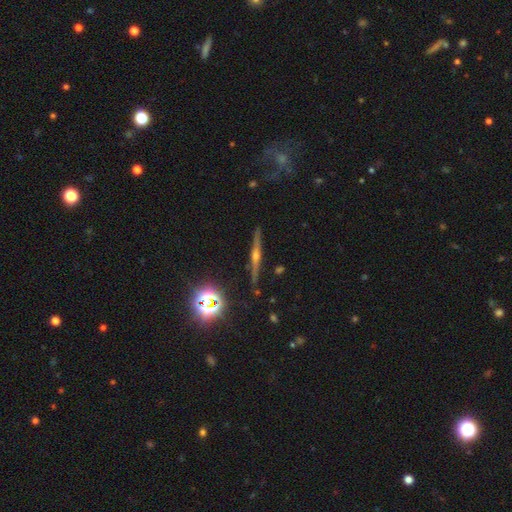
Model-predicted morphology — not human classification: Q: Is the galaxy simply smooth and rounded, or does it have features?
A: featured or disk — 76%.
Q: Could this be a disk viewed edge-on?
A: yes — 97%.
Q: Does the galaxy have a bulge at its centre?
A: rounded — 90%.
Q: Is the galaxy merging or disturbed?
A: none — 89%.